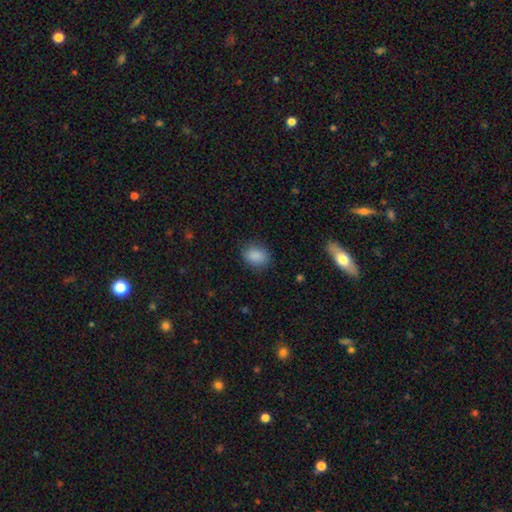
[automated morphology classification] type=smooth (88%); roundness=in between (61%); merging=none (83%).